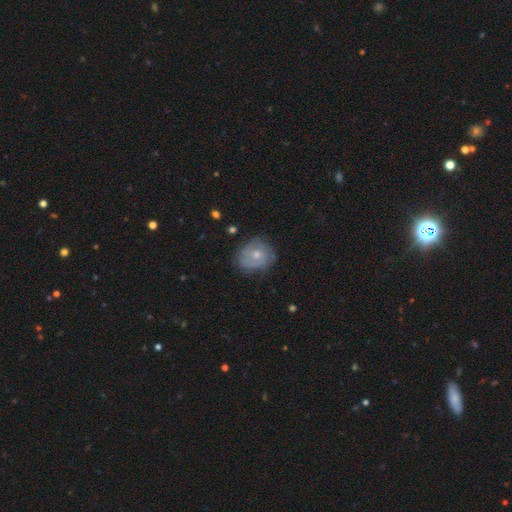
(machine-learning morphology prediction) smooth-or-featured: featured or disk: 48% | smooth: 44% | star or artifact: 8%
  merging: none: 65% | minor disturbance: 25% | major disturbance: 8% | merger: 2%